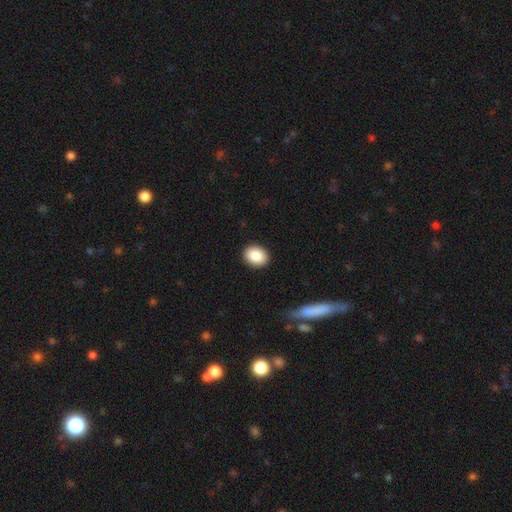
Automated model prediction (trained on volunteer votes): Q: Smooth or featured?
A: smooth (87%); runner-up: star or artifact (8%)
Q: How rounded?
A: in between (58%); runner-up: round (41%)
Q: Merging?
A: none (91%); runner-up: minor disturbance (6%)